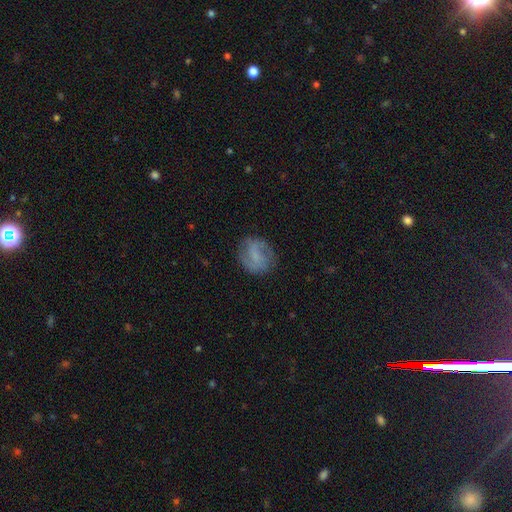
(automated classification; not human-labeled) Smooth or featured: featured or disk — 54% (smooth — 38%)
Edge-on disk: no — 97% (yes — 3%)
Bar: weak — 44% (no — 33%)
Spiral arms: yes — 82% (no — 18%)
Bulge size: none — 51% (small — 29%)
Merging: none — 77% (minor disturbance — 15%)